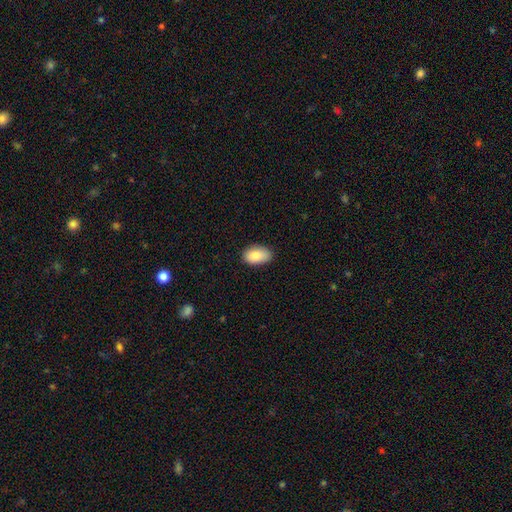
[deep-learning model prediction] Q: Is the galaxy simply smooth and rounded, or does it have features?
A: smooth — 84%.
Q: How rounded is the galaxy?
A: in between — 92%.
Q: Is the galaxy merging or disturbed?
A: none — 81%.